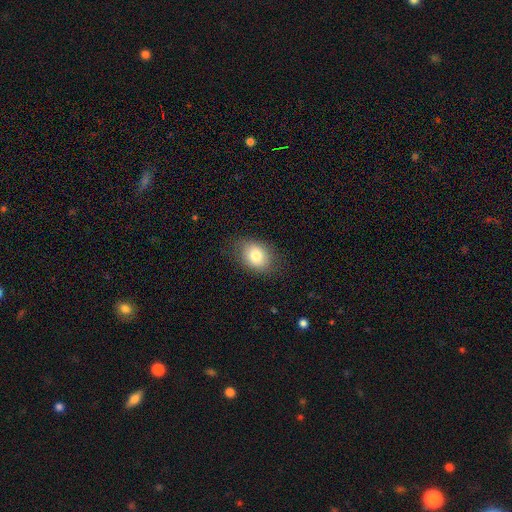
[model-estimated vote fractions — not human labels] Q: Smooth or featured?
A: smooth (79%); runner-up: featured or disk (12%)
Q: How rounded?
A: in between (70%); runner-up: round (29%)
Q: Merging?
A: none (80%); runner-up: minor disturbance (15%)